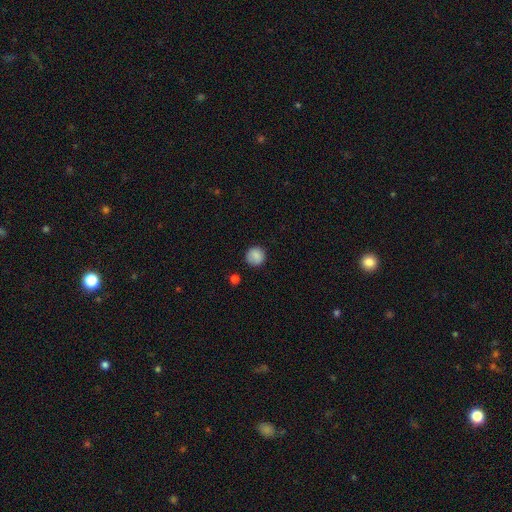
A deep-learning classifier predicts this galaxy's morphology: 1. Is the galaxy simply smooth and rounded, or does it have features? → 86% smooth, 9% star or artifact, 6% featured or disk.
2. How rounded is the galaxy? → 93% round, 6% in between, 1% cigar-shaped.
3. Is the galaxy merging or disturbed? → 85% none, 11% minor disturbance, 3% major disturbance, 2% merger.